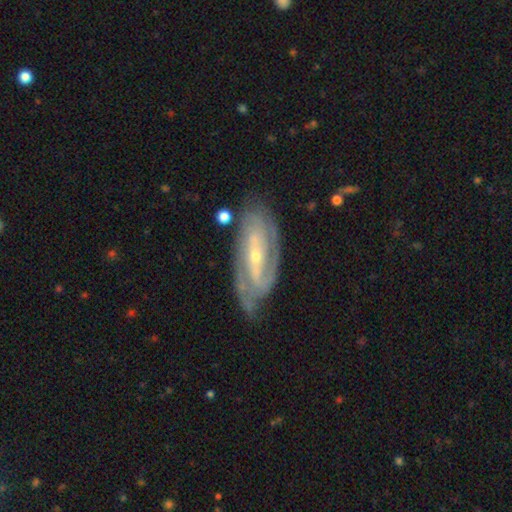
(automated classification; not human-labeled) The model was most divided on "bar": strong: 42%, weak: 32%, no: 26%. More confident: spiral arms — yes (95%); edge-on disk — no (92%); smooth or featured — featured or disk (88%); merging — none (73%); bulge size — small (70%); spiral arm count — 2 (66%); spiral winding — tight (59%).